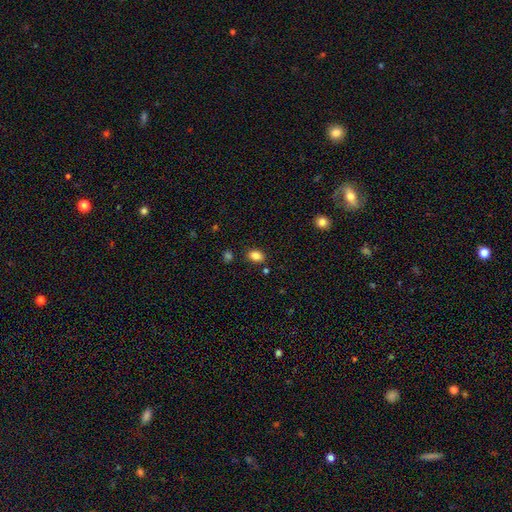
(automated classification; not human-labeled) Q: Smooth or featured?
A: smooth (85%); runner-up: star or artifact (10%)
Q: How rounded?
A: in between (80%); runner-up: round (19%)
Q: Merging?
A: none (83%); runner-up: minor disturbance (10%)